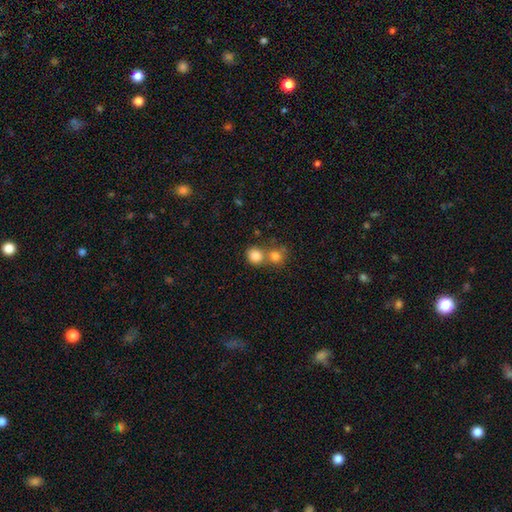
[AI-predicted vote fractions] smooth-or-featured: smooth: 82% | star or artifact: 11% | featured or disk: 7%
  how-rounded: round: 77% | in between: 22% | cigar-shaped: 1%
  merging: none: 47% | merger: 42% | minor disturbance: 7% | major disturbance: 3%